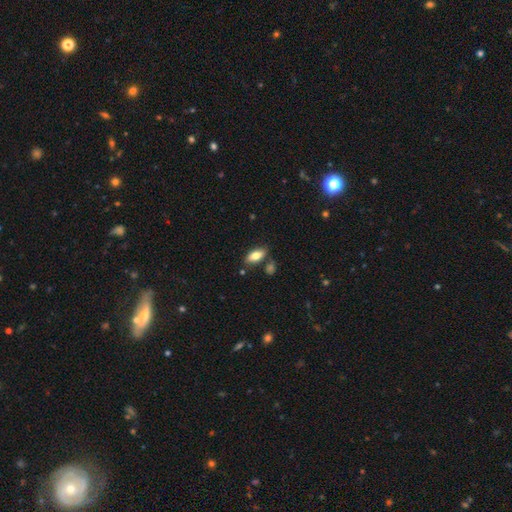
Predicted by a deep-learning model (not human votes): Smooth or featured? smooth (77%)
How rounded? in between (87%)
Merging? none (76%)